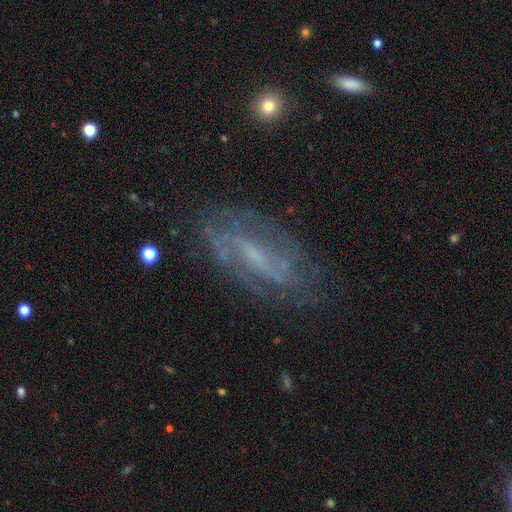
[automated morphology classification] Smooth or featured? Predicted: featured or disk (p=0.78). Edge-on disk? Predicted: no (p=0.90). Bar? Predicted: weak (p=0.51). Spiral arms? Predicted: yes (p=0.89). Spiral winding? Predicted: medium (p=0.41). Spiral arm count? Predicted: 2 (p=0.47). Bulge size? Predicted: small (p=0.50). Merging? Predicted: none (p=0.74).